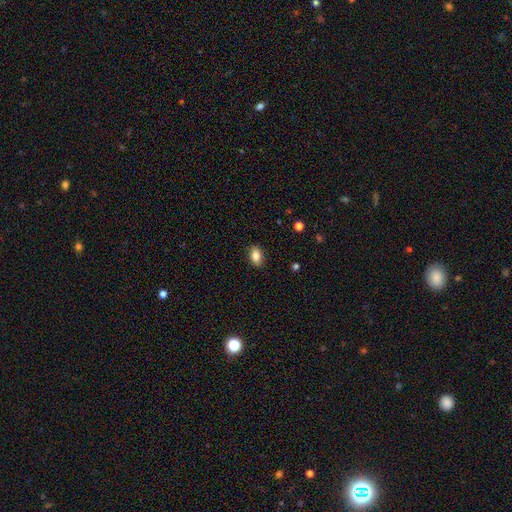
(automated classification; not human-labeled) Morphology: type=smooth (86%); roundness=in between (84%); merging=none (87%).